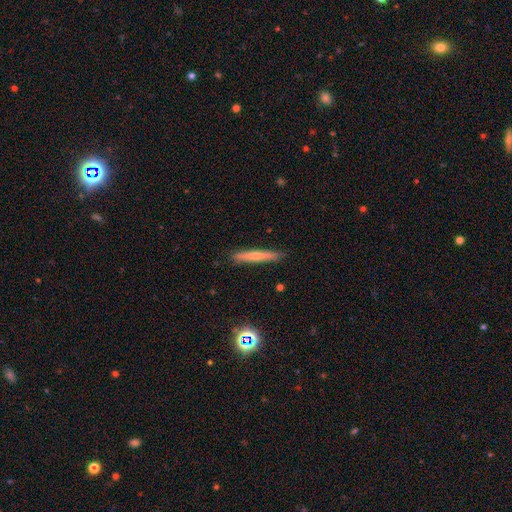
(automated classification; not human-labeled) Smooth or featured? Predicted: smooth (p=0.57). How rounded? Predicted: cigar-shaped (p=0.95). Merging? Predicted: none (p=0.88).